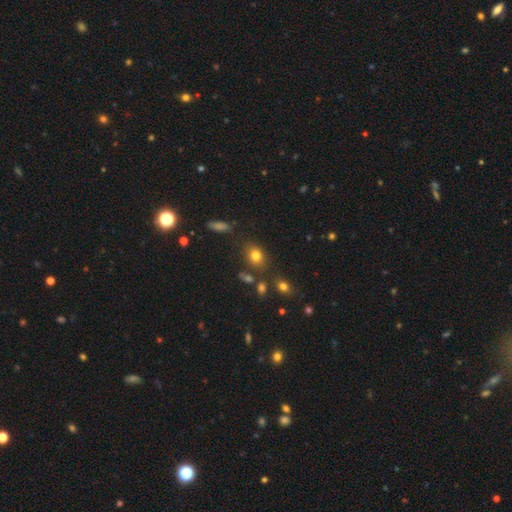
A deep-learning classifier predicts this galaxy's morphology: This is likely a smooth galaxy (79%). How rounded: possibly in between (60%). Merging: likely none (75%).